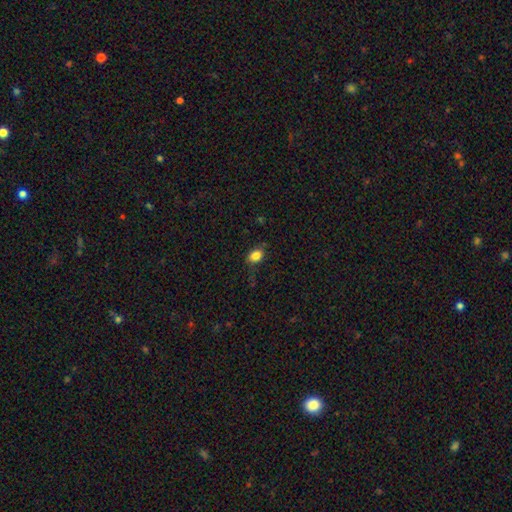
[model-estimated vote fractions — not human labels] A smooth galaxy with no disk features (84%) that is in between round and cigar-shaped (73%). Merging: none (75%).